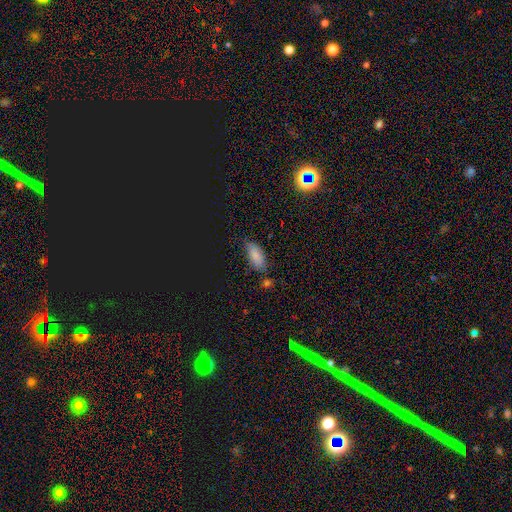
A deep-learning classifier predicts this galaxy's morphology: This appears to be a smooth galaxy with no disk features (82%) that is in between round and cigar-shaped (86%). Merging: none (71%).